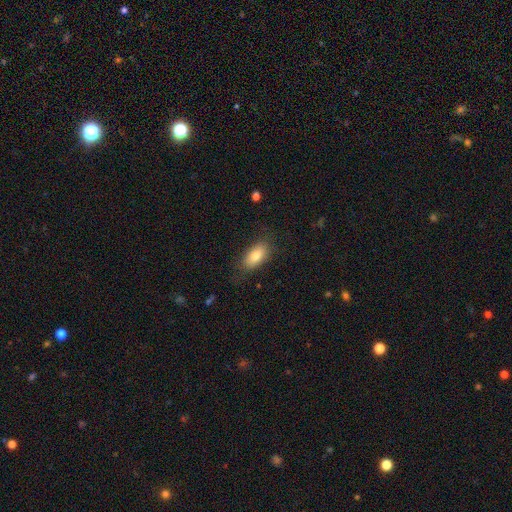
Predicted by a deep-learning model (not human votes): This is clearly a smooth galaxy (82%). How rounded: clearly in between (90%). Merging: likely none (78%).